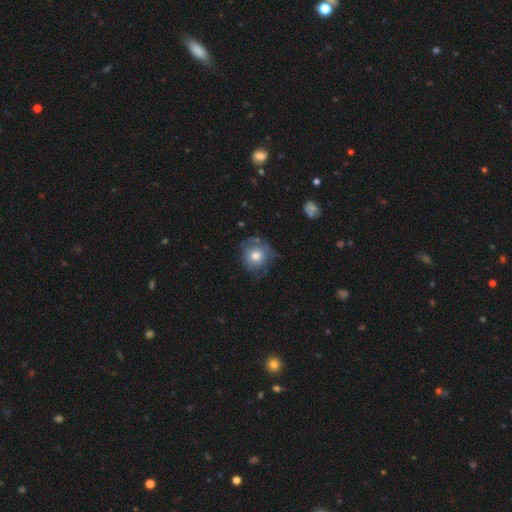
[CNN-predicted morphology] Smooth or featured? smooth (67%)
How rounded? round (89%)
Merging? none (62%)